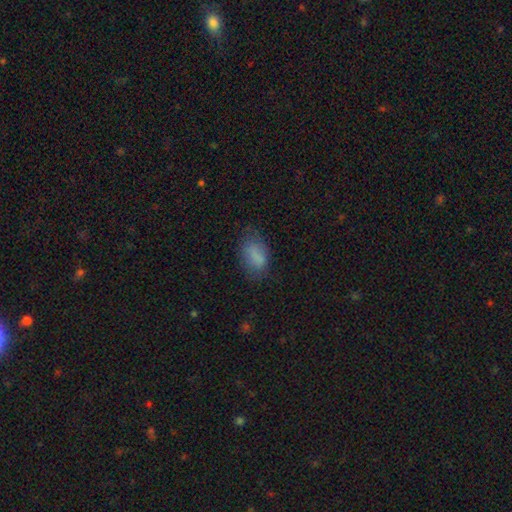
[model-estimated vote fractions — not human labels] smooth_or_featured: smooth (p=0.79) [alt: featured or disk p=0.11]
how_rounded: in between (p=0.88) [alt: round p=0.10]
merging: none (p=0.64) [alt: minor disturbance p=0.25]